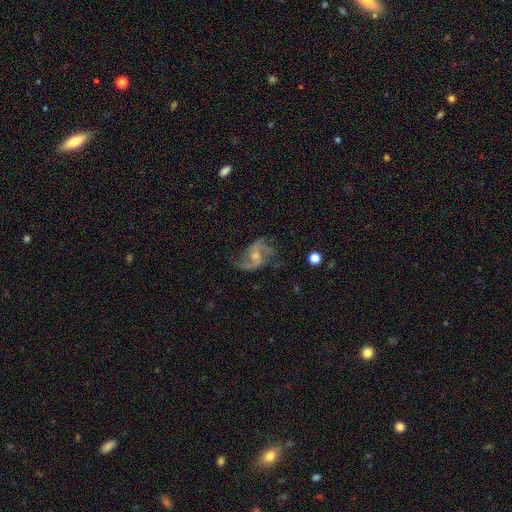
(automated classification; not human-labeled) Q: Smooth or featured?
A: featured or disk (85%); runner-up: star or artifact (8%)
Q: Edge-on disk?
A: no (97%); runner-up: yes (3%)
Q: Bar?
A: no (49%); runner-up: weak (40%)
Q: Spiral arms?
A: yes (96%); runner-up: no (4%)
Q: Spiral winding?
A: loose (49%); runner-up: medium (41%)
Q: Spiral arm count?
A: 2 (83%); runner-up: 3 (6%)
Q: Bulge size?
A: small (46%); tied with: moderate (46%)
Q: Merging?
A: none (68%); runner-up: minor disturbance (18%)